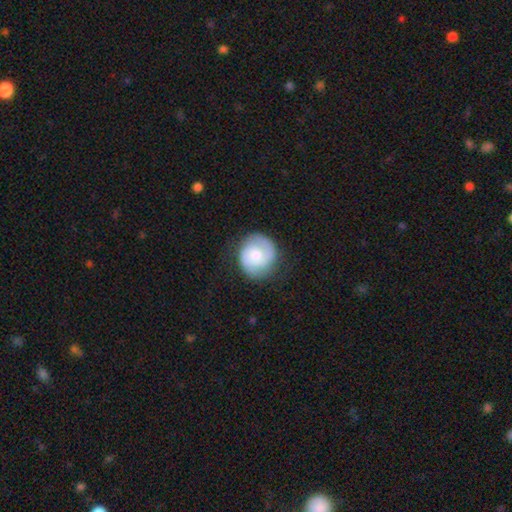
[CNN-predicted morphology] This is possibly a featured or disk galaxy (60%). It is clearly not viewed edge-on (98%). Bar: likely no (65%). Spiral arm pattern: clearly yes (91%). Spiral arm count: clearly 2 (82%). Spiral winding: marginally tight (44%). Central bulge: possibly moderate (54%). Merging: likely none (79%).